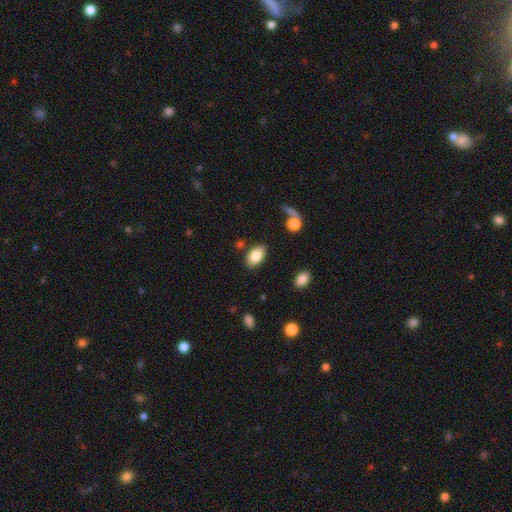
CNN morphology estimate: This is clearly a smooth galaxy (82%). How rounded: clearly in between (93%). Merging: clearly none (83%).